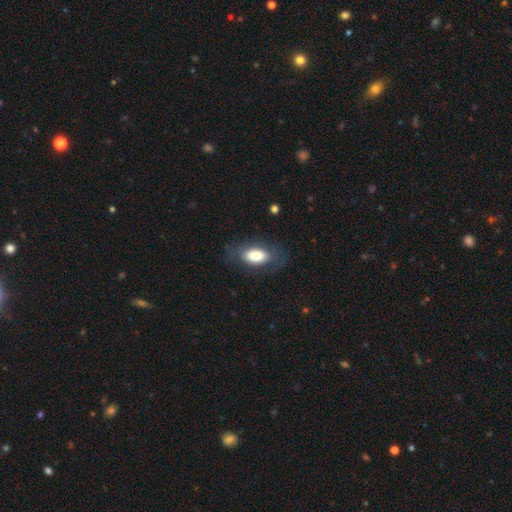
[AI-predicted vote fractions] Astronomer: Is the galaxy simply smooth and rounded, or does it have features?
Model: smooth — 76%.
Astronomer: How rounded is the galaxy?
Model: in between — 91%.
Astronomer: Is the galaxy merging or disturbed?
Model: none — 74%.